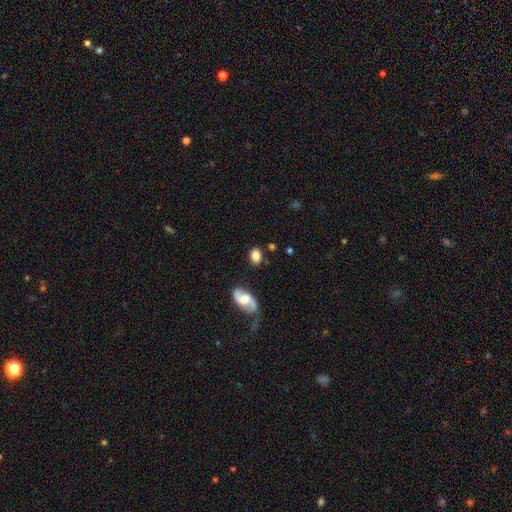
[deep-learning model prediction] smooth_or_featured: smooth (p=0.77) [alt: featured or disk p=0.14]
how_rounded: in between (p=0.69) [alt: round p=0.29]
merging: none (p=0.79) [alt: minor disturbance p=0.13]